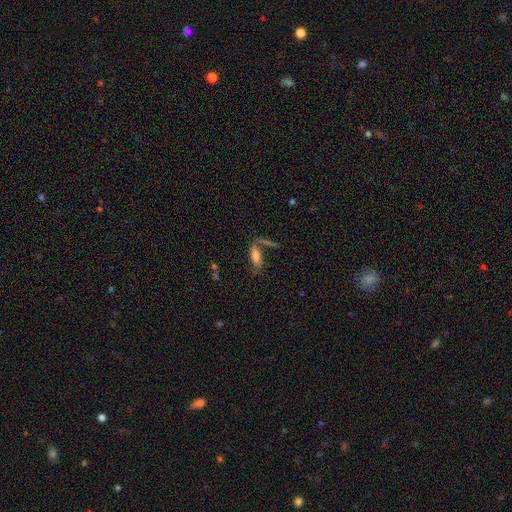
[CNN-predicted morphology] smooth 62%, featured or disk 27%, star or artifact 10%. Down the decision tree: how rounded — in between (49%); merging — none (48%).